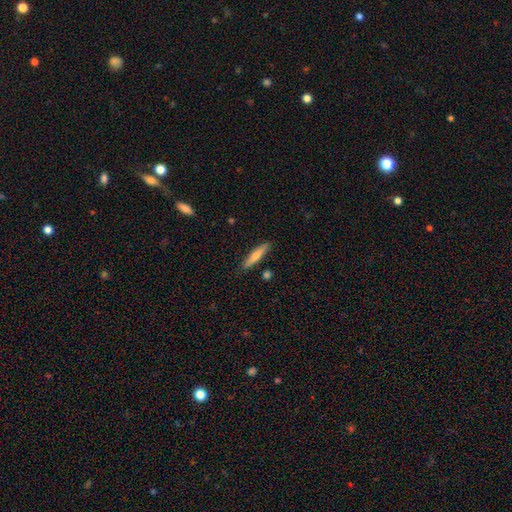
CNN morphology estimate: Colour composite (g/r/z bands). It shows a smooth galaxy with no disk features (64%) that is cigar-shaped (86%). Merging: none (87%).